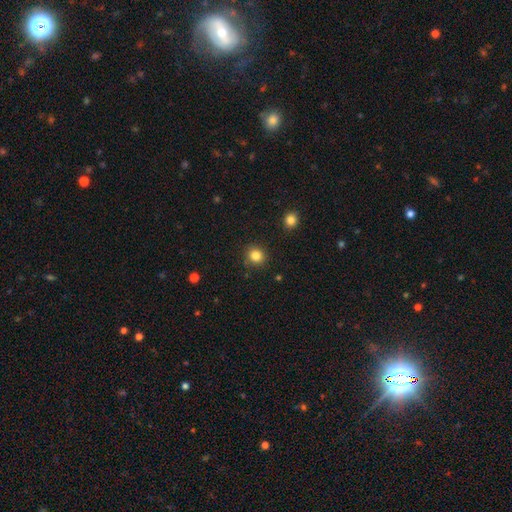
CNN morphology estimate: The model was most divided on "smooth or featured": smooth: 84%, star or artifact: 11%, featured or disk: 4%. More confident: merging — none (89%); how rounded — round (87%).